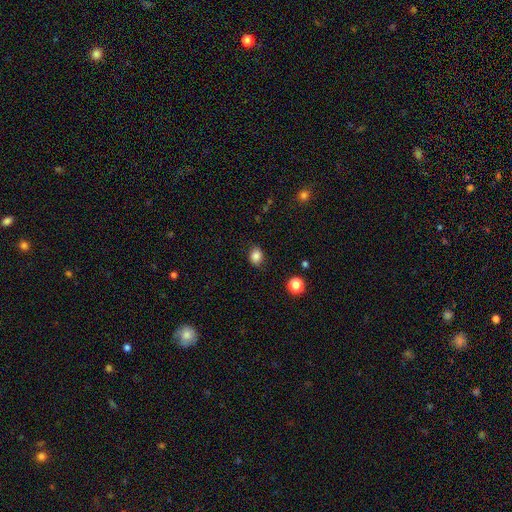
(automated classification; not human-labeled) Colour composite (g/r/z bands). It shows a smooth galaxy with no disk features (84%) that is round (51%). Merging: none (84%).